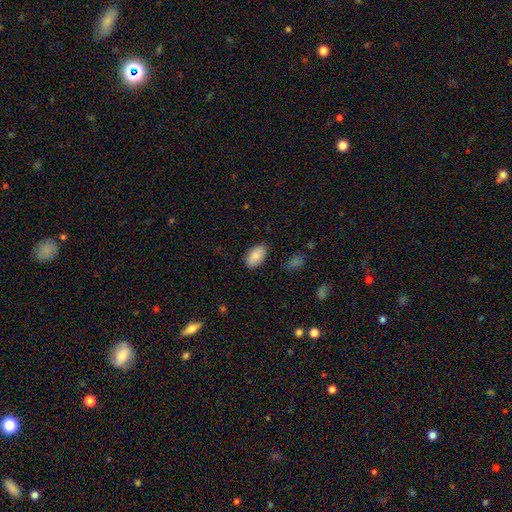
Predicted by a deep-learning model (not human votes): Smooth or featured? smooth (85%)
How rounded? in between (94%)
Merging? none (81%)